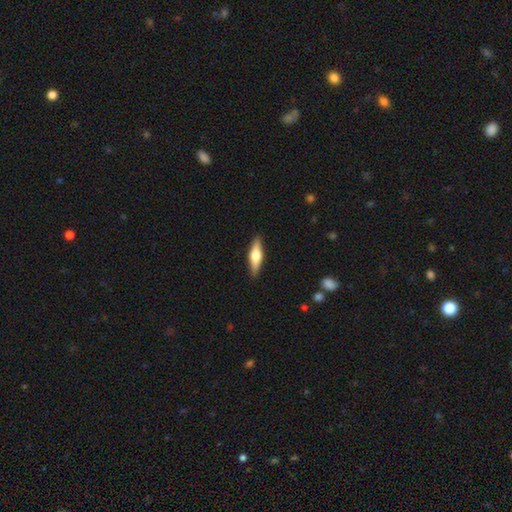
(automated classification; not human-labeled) Smooth or featured: smooth — 48% (featured or disk — 47%)
Merging: none — 89% (minor disturbance — 8%)